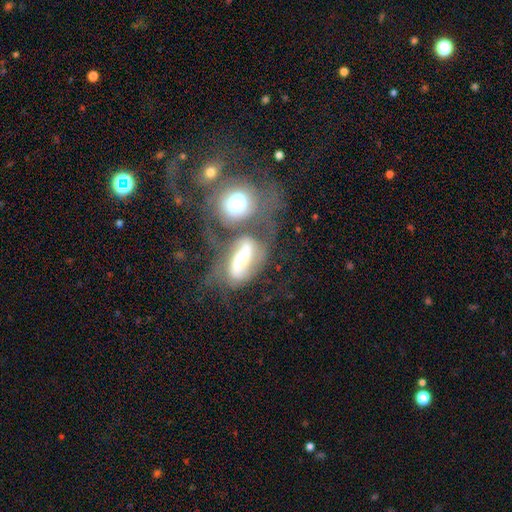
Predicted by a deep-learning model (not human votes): Smooth or featured? featured or disk (67%)
Edge-on disk? no (92%)
Bar? strong (44%)
Spiral arms? yes (80%)
Bulge size? moderate (47%)
Merging? merger (45%)